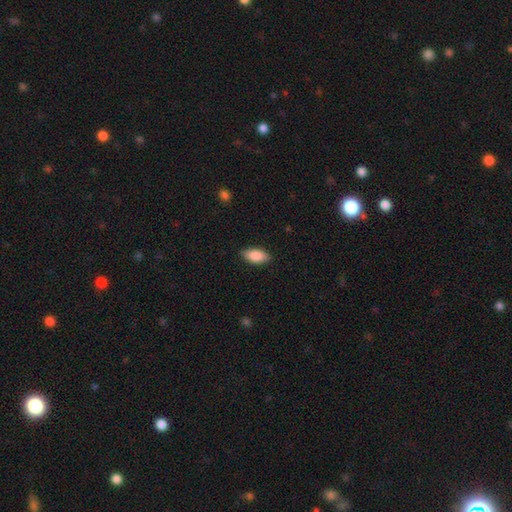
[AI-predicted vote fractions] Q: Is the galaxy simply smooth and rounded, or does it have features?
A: smooth — 87%.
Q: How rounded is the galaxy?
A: in between — 90%.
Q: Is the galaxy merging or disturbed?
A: none — 86%.